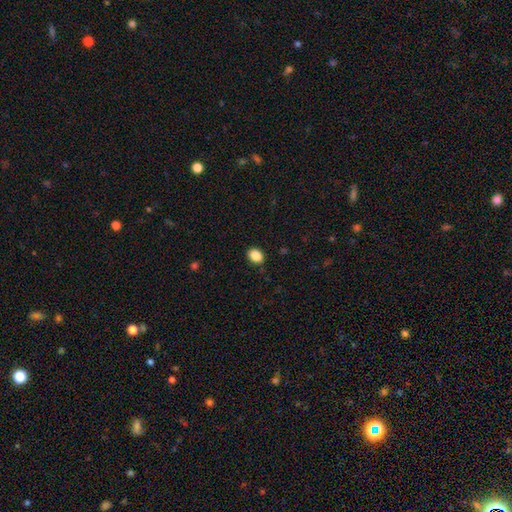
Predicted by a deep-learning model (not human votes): Smooth or featured? Predicted: smooth (p=0.87). How rounded? Predicted: in between (p=0.68). Merging? Predicted: none (p=0.89).